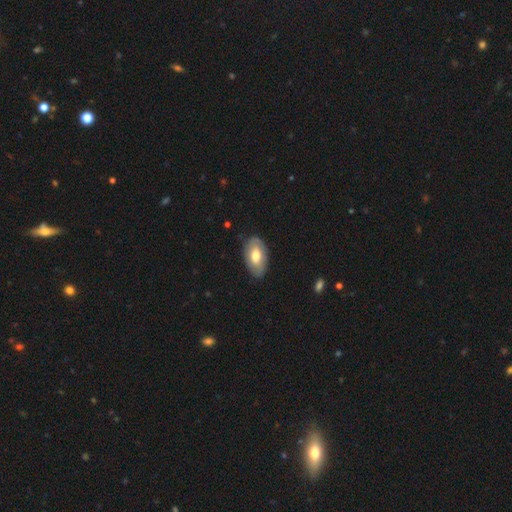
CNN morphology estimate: This appears to be a smooth galaxy with no disk features (58%) that is in between round and cigar-shaped (93%). Merging: none (80%).